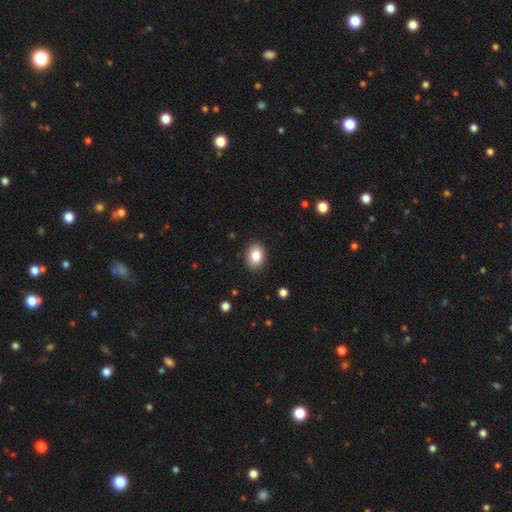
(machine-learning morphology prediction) Overall: smooth (86%). How rounded: in between (69%; round 30%). Merging: none (88%).